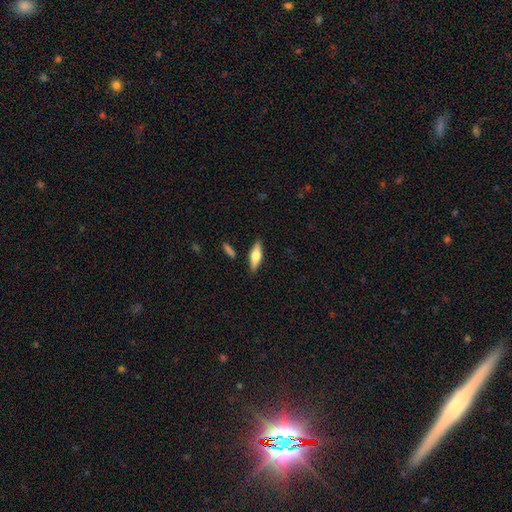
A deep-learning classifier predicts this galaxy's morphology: Smooth or featured? smooth (54%)
How rounded? cigar-shaped (52%)
Merging? none (85%)